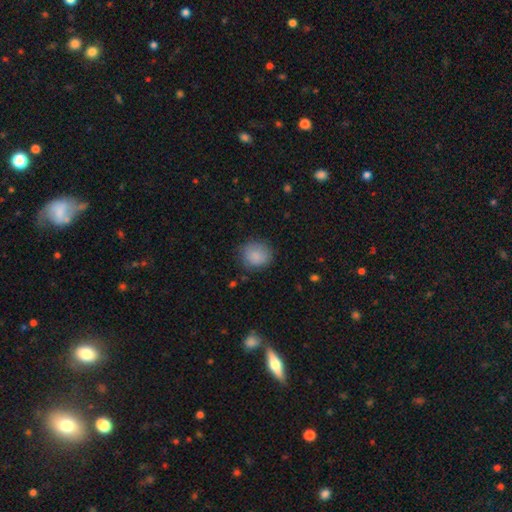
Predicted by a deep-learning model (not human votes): Morphology: type=smooth (86%); roundness=round (80%); merging=none (77%).